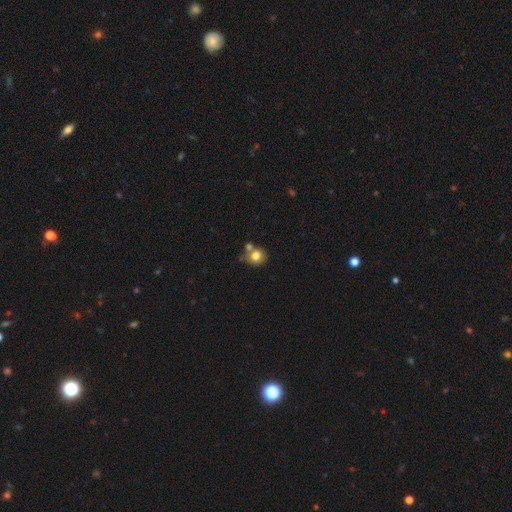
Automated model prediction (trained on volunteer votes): Smooth or featured?
  - smooth: 77% *
  - featured or disk: 13%
  - star or artifact: 10%
How rounded?
  - round: 80% *
  - in between: 19%
  - cigar-shaped: 1%
Merging?
  - none: 56% *
  - merger: 27%
  - minor disturbance: 13%
  - major disturbance: 4%